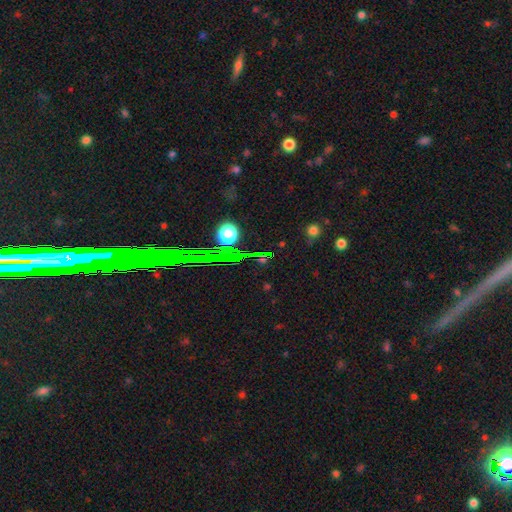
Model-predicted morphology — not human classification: smooth-or-featured: star or artifact: 68% | smooth: 20% | featured or disk: 12%